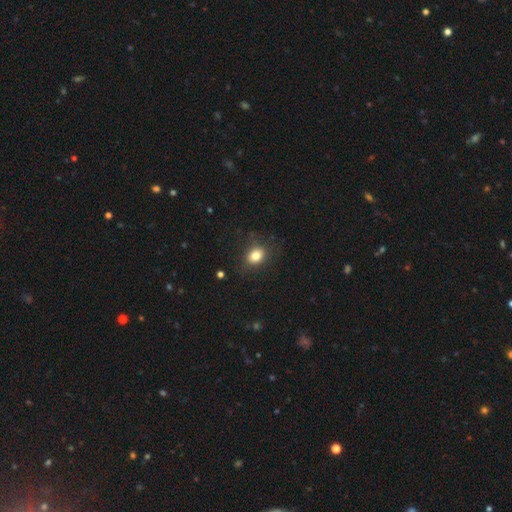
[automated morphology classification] This appears to be a smooth galaxy with no disk features (81%) that is in between round and cigar-shaped (53%). Merging: none (81%).